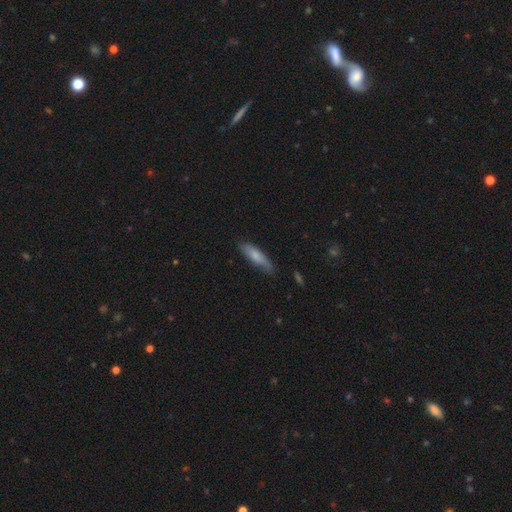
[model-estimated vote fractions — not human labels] Q: Smooth or featured?
A: smooth (73%); runner-up: featured or disk (22%)
Q: How rounded?
A: cigar-shaped (67%); runner-up: in between (31%)
Q: Merging?
A: none (74%); runner-up: minor disturbance (21%)